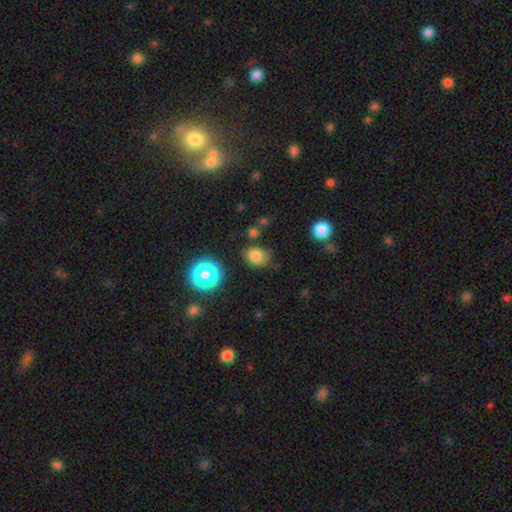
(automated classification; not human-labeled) Smooth or featured? smooth (77%)
How rounded? in between (55%)
Merging? none (66%)